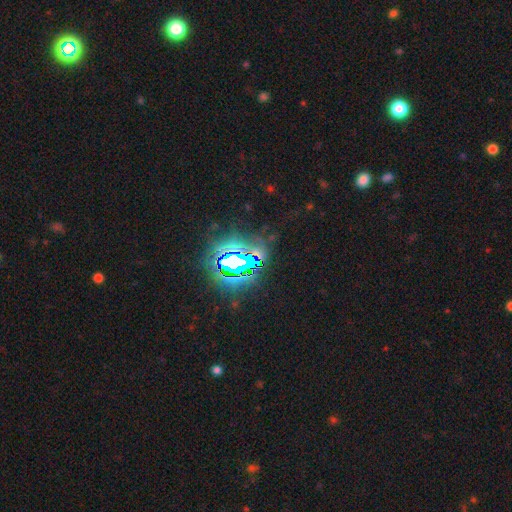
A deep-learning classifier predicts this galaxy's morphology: This is likely a star or artifact rather than a galaxy (79%).